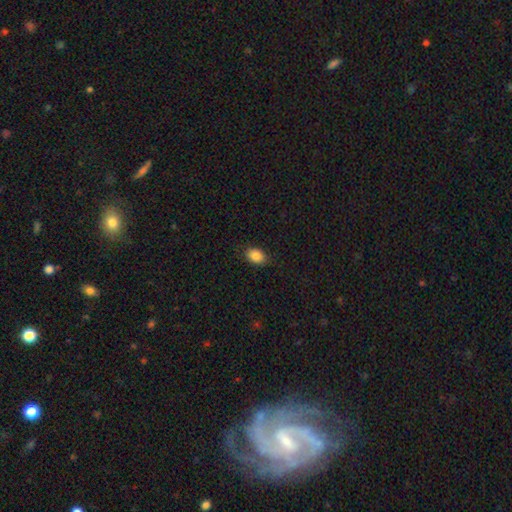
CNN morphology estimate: type=smooth (87%); roundness=in between (82%); merging=none (85%).